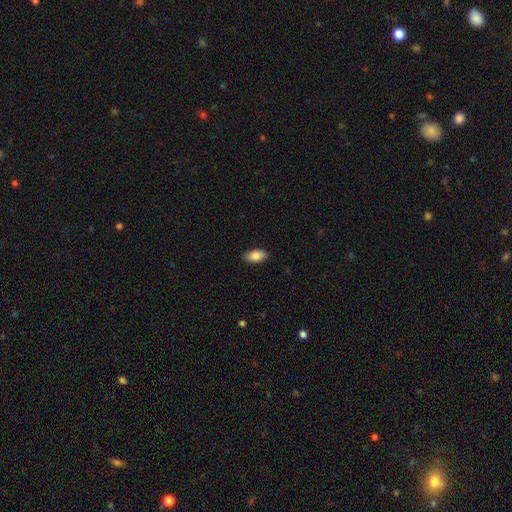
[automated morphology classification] Smooth or featured: smooth — 87% (star or artifact — 7%)
How rounded: in between — 93% (cigar-shaped — 3%)
Merging: none — 89% (minor disturbance — 8%)